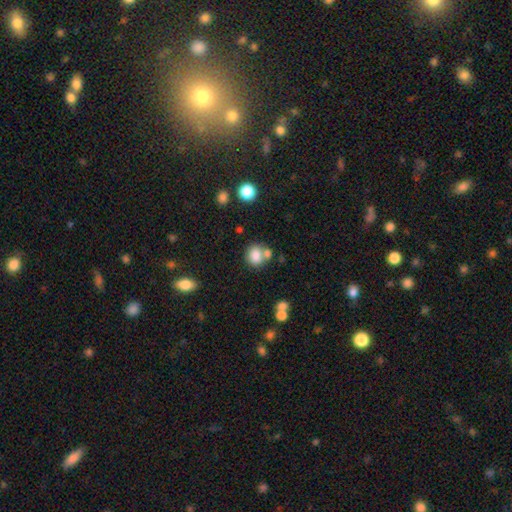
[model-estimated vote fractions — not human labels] Smooth or featured: smooth — 82% (star or artifact — 10%)
How rounded: round — 58% (in between — 41%)
Merging: none — 52% (merger — 32%)